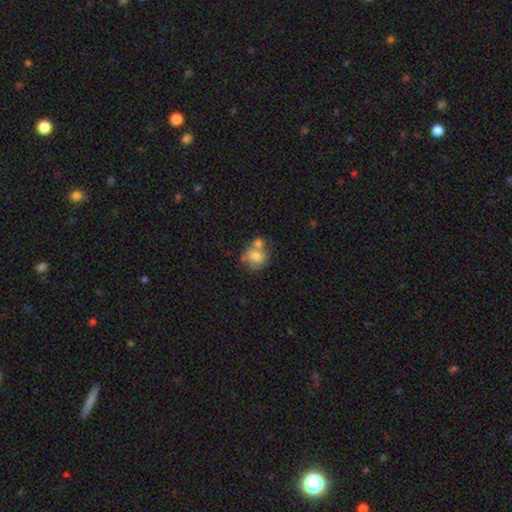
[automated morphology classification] smooth 69%, featured or disk 22%, star or artifact 9%. Down the decision tree: how rounded — round (71%); merging — merger (44%).